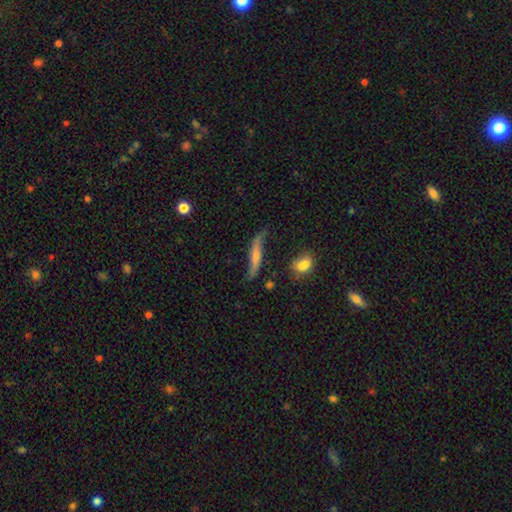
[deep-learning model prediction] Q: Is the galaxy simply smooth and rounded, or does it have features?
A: featured or disk — 59%.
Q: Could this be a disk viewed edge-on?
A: yes — 59%.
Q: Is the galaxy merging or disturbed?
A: none — 60%.